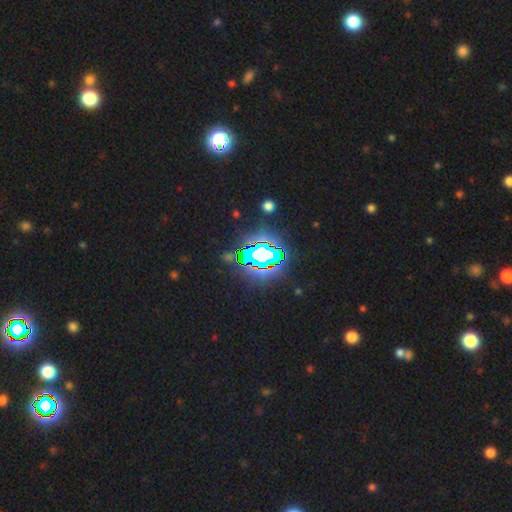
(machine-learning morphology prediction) Q: Smooth or featured?
A: star or artifact (82%); runner-up: smooth (11%)